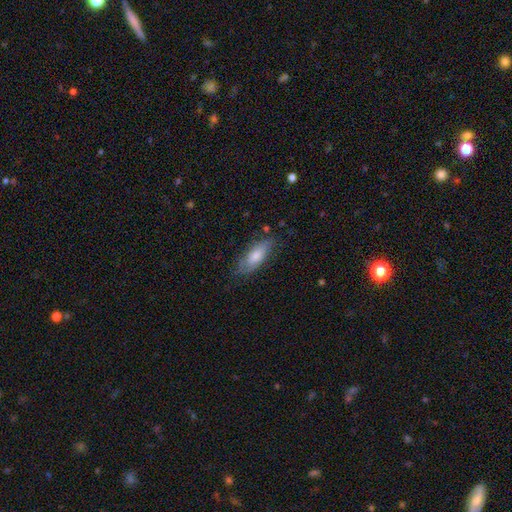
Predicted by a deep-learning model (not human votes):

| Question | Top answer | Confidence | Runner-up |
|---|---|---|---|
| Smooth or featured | smooth | 62% | featured or disk (30%) |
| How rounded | in between | 70% | cigar-shaped (28%) |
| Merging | none | 74% | minor disturbance (20%) |